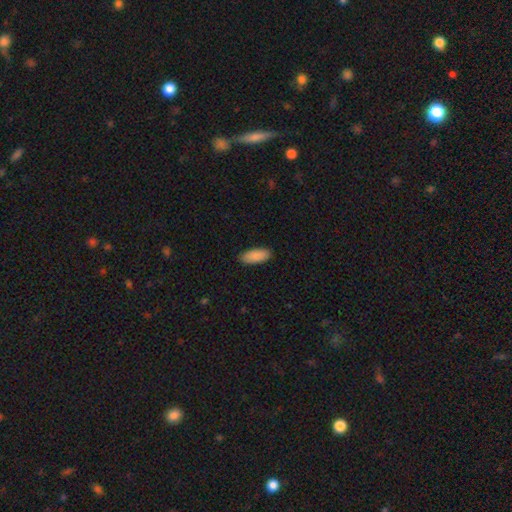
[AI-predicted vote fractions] Smooth or featured: smooth — 90% (star or artifact — 6%)
How rounded: in between — 85% (cigar-shaped — 14%)
Merging: none — 89% (minor disturbance — 9%)